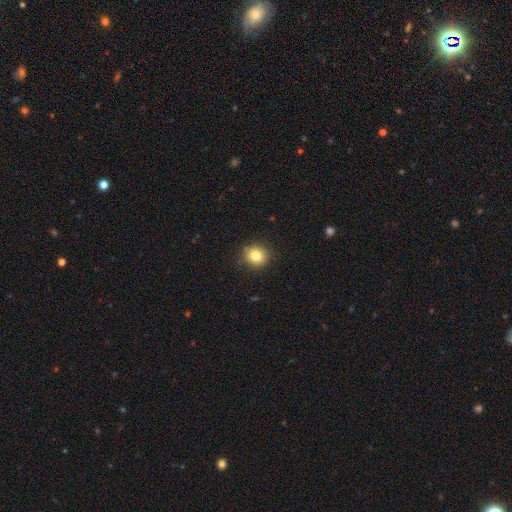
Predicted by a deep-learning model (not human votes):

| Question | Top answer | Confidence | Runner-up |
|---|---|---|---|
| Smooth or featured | smooth | 83% | star or artifact (11%) |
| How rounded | round | 87% | in between (12%) |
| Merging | none | 89% | minor disturbance (8%) |